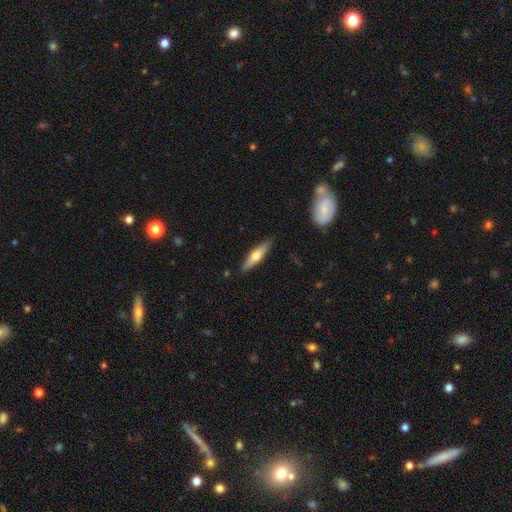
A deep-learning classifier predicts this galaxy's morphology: Smooth or featured? featured or disk (50%)
Merging? none (87%)